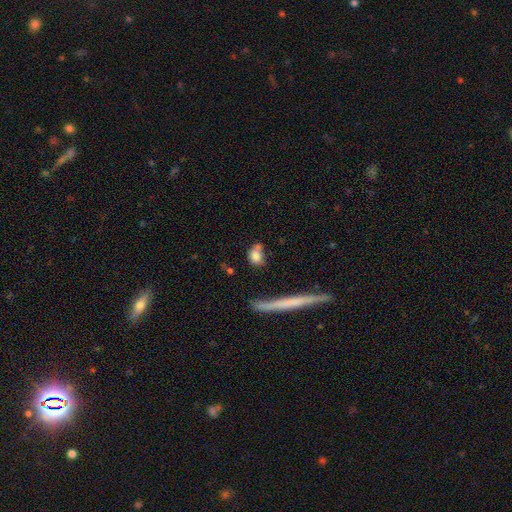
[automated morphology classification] smooth-or-featured: smooth: 76% | featured or disk: 15% | star or artifact: 9%
  how-rounded: in between: 57% | round: 34% | cigar-shaped: 9%
  merging: none: 49% | minor disturbance: 22% | merger: 20% | major disturbance: 9%